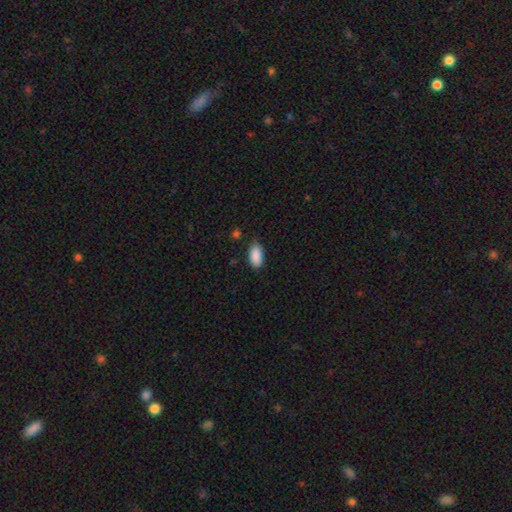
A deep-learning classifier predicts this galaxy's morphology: The model was most divided on "merging": none: 79%, minor disturbance: 16%, major disturbance: 3%, merger: 1%. More confident: how rounded — in between (92%); smooth or featured — smooth (90%).